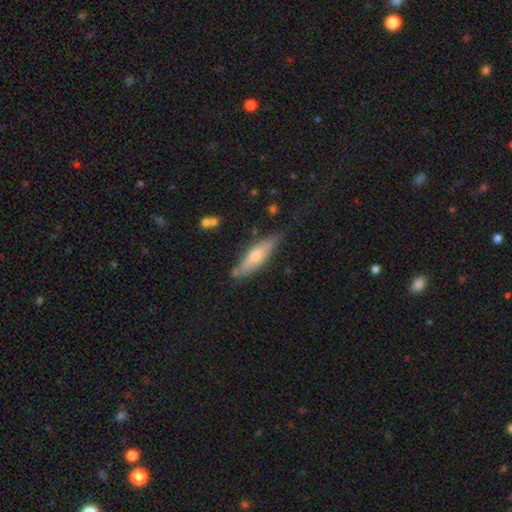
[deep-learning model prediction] Q: Smooth or featured?
A: smooth (54%); runner-up: featured or disk (39%)
Q: How rounded?
A: cigar-shaped (63%); runner-up: in between (35%)
Q: Merging?
A: none (74%); runner-up: minor disturbance (19%)